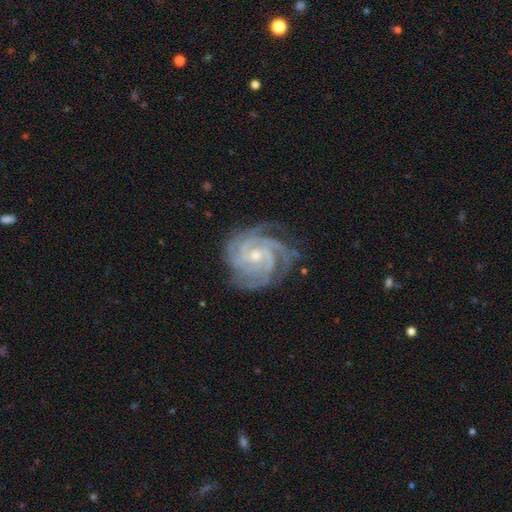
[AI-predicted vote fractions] This is clearly a featured or disk galaxy (92%). It is clearly not viewed edge-on (98%). Bar: possibly no (56%). Spiral arm pattern: clearly yes (99%). Spiral arm count: marginally 4 (33%). Spiral winding: likely tight (76%). Central bulge: possibly small (51%). Merging: likely none (76%).